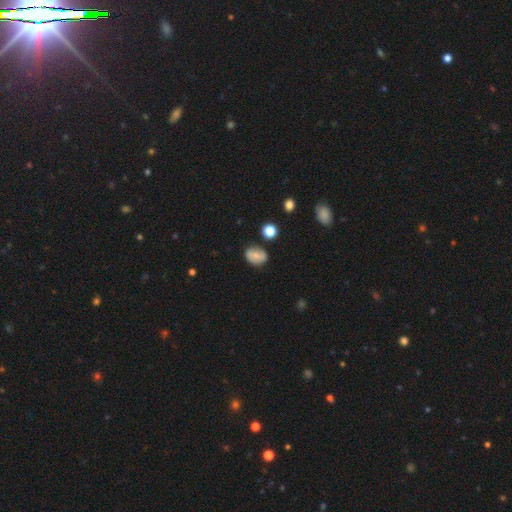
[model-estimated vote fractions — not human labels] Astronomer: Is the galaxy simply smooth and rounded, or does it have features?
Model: smooth — 65%.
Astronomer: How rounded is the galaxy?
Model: in between — 66%.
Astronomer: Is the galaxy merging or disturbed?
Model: none — 76%.